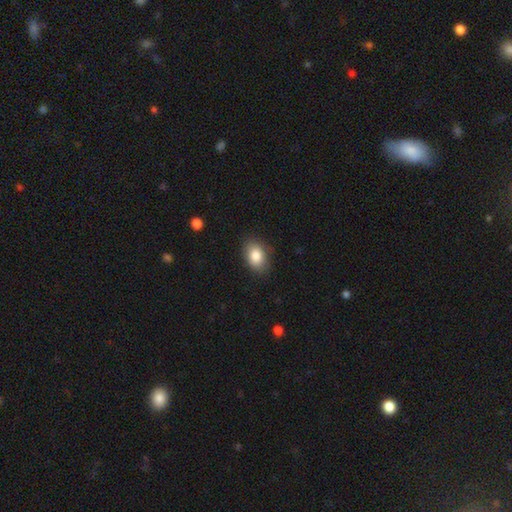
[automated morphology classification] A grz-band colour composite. It shows a smooth galaxy with no disk features (86%) that is in between round and cigar-shaped (84%). Merging: none (84%).